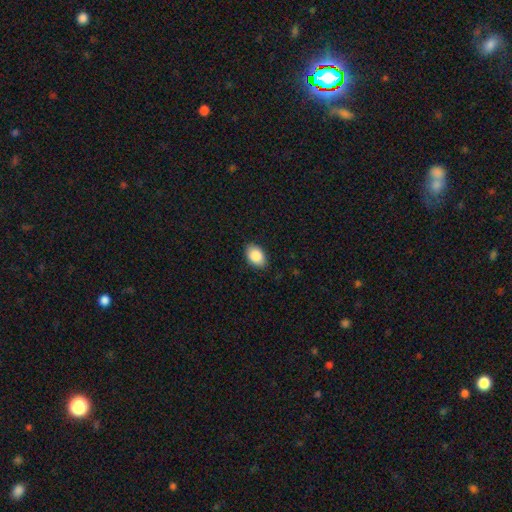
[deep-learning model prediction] smooth_or_featured: smooth (p=0.87) [alt: star or artifact p=0.07]
how_rounded: in between (p=0.86) [alt: round p=0.13]
merging: none (p=0.87) [alt: minor disturbance p=0.10]